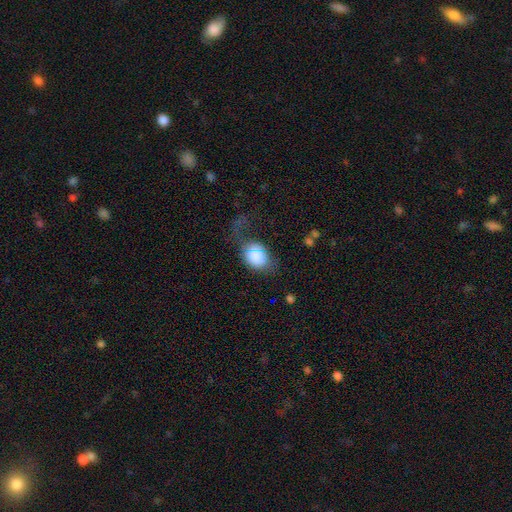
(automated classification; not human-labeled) Q: Smooth or featured?
A: smooth (79%); runner-up: featured or disk (12%)
Q: How rounded?
A: in between (63%); runner-up: round (36%)
Q: Merging?
A: major disturbance (36%); runner-up: none (35%)